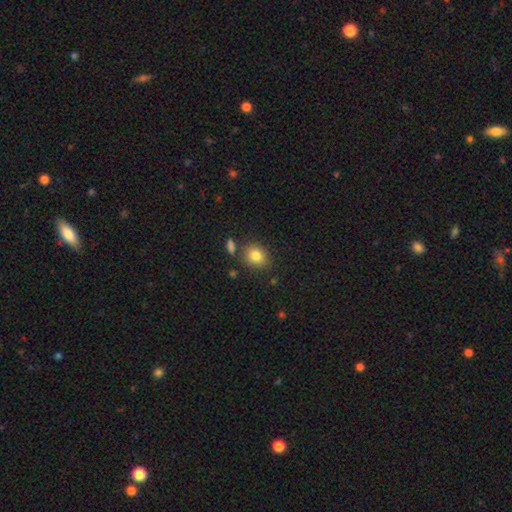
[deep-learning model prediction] Smooth or featured?
  - smooth: 83% *
  - star or artifact: 10%
  - featured or disk: 7%
How rounded?
  - round: 59% *
  - in between: 39%
  - cigar-shaped: 1%
Merging?
  - none: 78% *
  - minor disturbance: 12%
  - merger: 7%
  - major disturbance: 3%